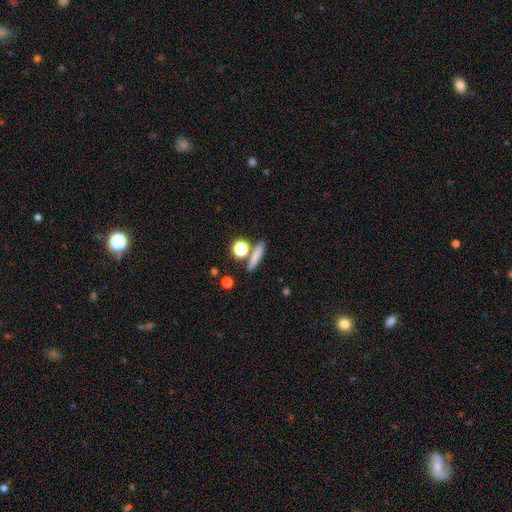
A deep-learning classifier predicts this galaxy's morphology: Q: Smooth or featured?
A: smooth (77%); runner-up: featured or disk (12%)
Q: How rounded?
A: cigar-shaped (65%); runner-up: in between (21%)
Q: Merging?
A: none (77%); runner-up: merger (10%)